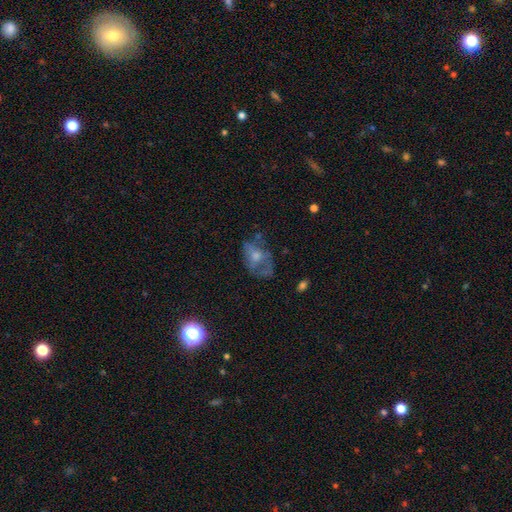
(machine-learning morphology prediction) This is possibly a featured or disk galaxy (50%). It is clearly not viewed edge-on (94%). Merging: possibly none (47%).